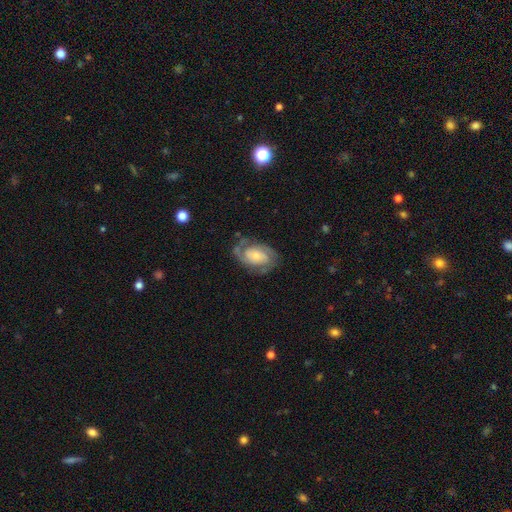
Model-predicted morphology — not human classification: A featured or disk galaxy (82%) with no bar (65%), 2 (75%) tight (48%) spiral arms (95%) and a small central bulge (55%).

Vote fractions:
- Smooth or featured? featured or disk: 82% / smooth: 12% / star or artifact: 6%
- Edge-on disk? no: 97% / yes: 3%
- Bar? no: 65% / weak: 27% / strong: 8%
- Spiral arms? yes: 95% / no: 5%
- Spiral winding? tight: 48% / medium: 40% / loose: 12%
- Spiral arm count? 2: 75% / can't tell: 10% / 3: 6% / 1: 4% / 4: 2% / more than 4: 2%
- Bulge size? small: 55% / moderate: 31% / large: 7% / none: 5% / dominant: 2%
- Merging? none: 70% / minor disturbance: 18% / major disturbance: 10% / merger: 2%